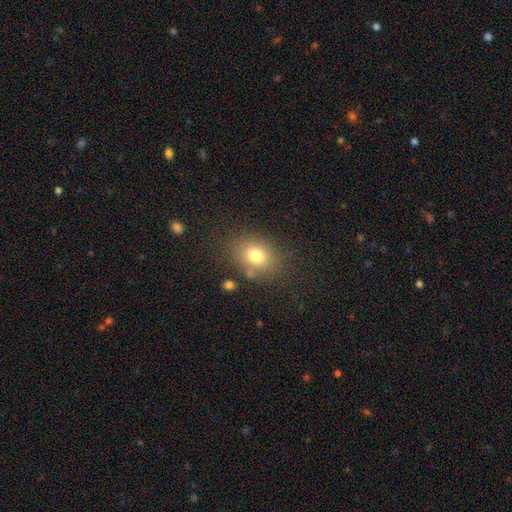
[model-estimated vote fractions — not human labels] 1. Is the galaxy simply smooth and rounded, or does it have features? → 76% smooth, 12% star or artifact, 12% featured or disk.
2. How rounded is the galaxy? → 63% in between, 36% round, 1% cigar-shaped.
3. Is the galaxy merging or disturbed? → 77% none, 13% minor disturbance, 5% major disturbance, 5% merger.